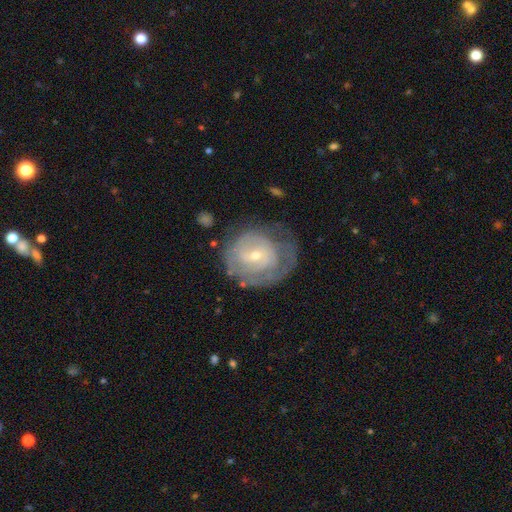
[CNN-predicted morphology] Smooth or featured?
  - featured or disk: 70% *
  - smooth: 23%
  - star or artifact: 6%
Edge-on disk?
  - no: 97% *
  - yes: 3%
Bar?
  - no: 58% *
  - weak: 34%
  - strong: 8%
Spiral arms?
  - yes: 75% *
  - no: 25%
Spiral winding?
  - tight: 69% *
  - medium: 22%
  - loose: 8%
Spiral arm count?
  - can't tell: 52% *
  - 2: 23%
  - 1: 11%
  - 3: 7%
  - 4: 3%
  - more than 4: 3%
Bulge size?
  - small: 69% *
  - moderate: 27%
  - large: 1%
  - none: 1%
  - dominant: 1%
Merging?
  - none: 53% *
  - minor disturbance: 25%
  - major disturbance: 20%
  - merger: 2%